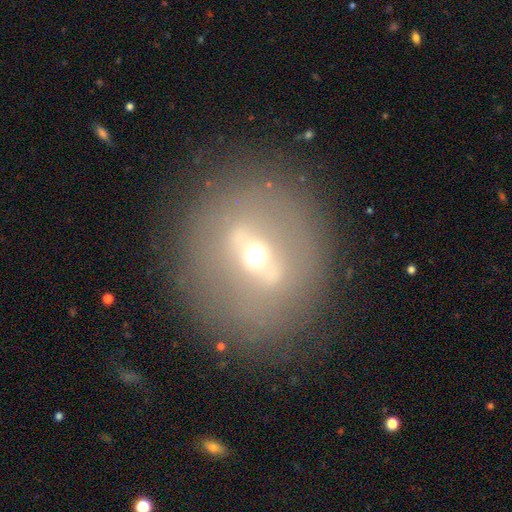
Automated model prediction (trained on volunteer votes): A featured or disk galaxy (64%). Merging: none (84%).